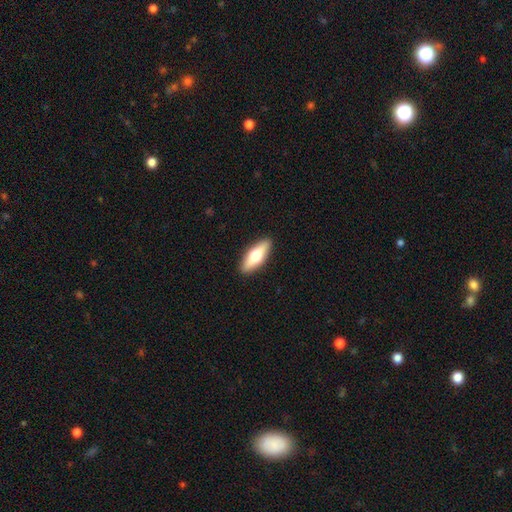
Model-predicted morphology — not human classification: This is possibly a smooth galaxy (56%). How rounded: possibly in between (55%). Merging: clearly none (90%).